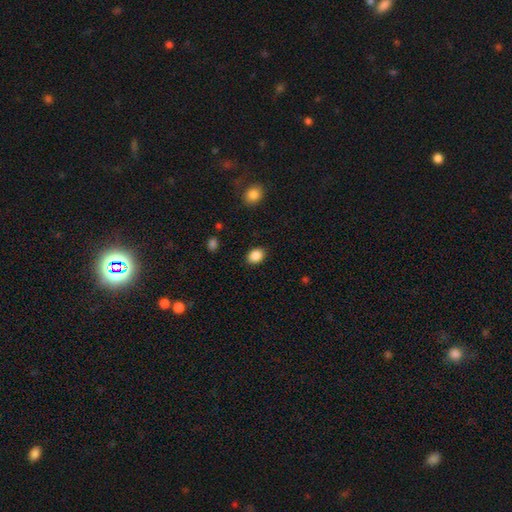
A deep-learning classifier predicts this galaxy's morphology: type=smooth (88%); roundness=in between (67%); merging=none (87%).